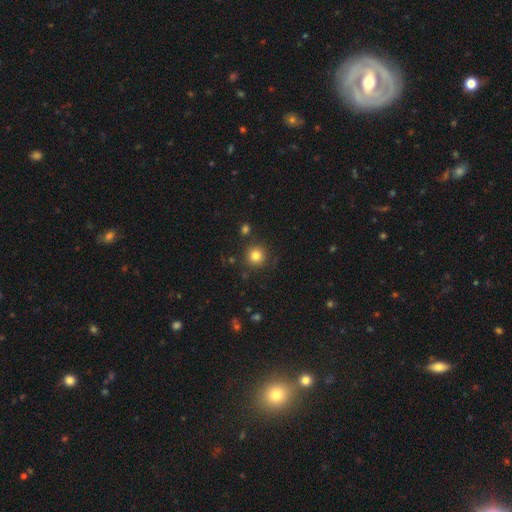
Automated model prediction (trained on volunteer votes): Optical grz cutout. It shows a smooth galaxy with no disk features (82%) that is round (94%). Merging: none (87%).